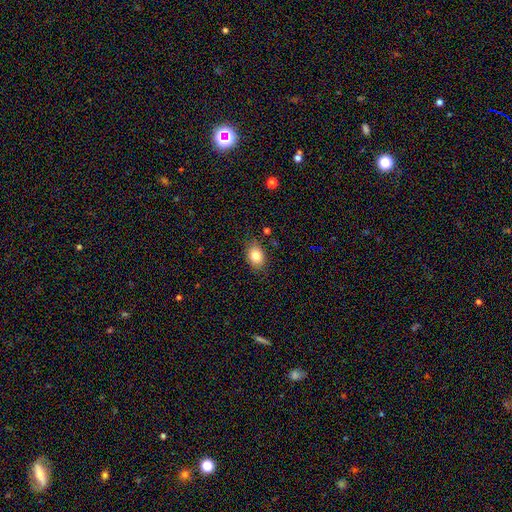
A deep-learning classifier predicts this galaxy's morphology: smooth-or-featured: smooth: 82% | star or artifact: 9% | featured or disk: 9%
  how-rounded: in between: 71% | round: 27% | cigar-shaped: 1%
  merging: none: 82% | minor disturbance: 14% | major disturbance: 3% | merger: 2%